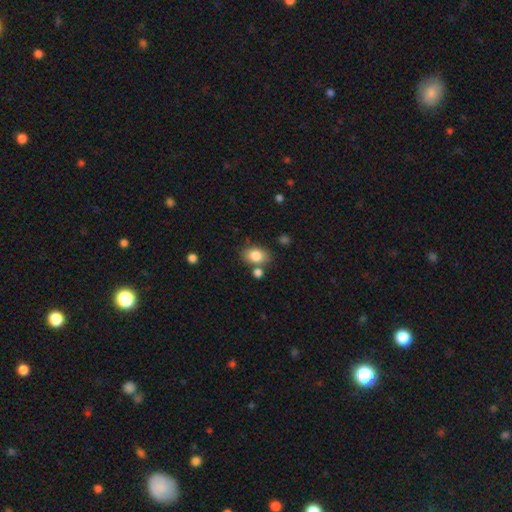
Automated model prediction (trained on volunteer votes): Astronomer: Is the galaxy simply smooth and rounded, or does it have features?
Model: smooth — 83%.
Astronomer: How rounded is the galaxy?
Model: in between — 75%.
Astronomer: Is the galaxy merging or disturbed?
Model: none — 70%.